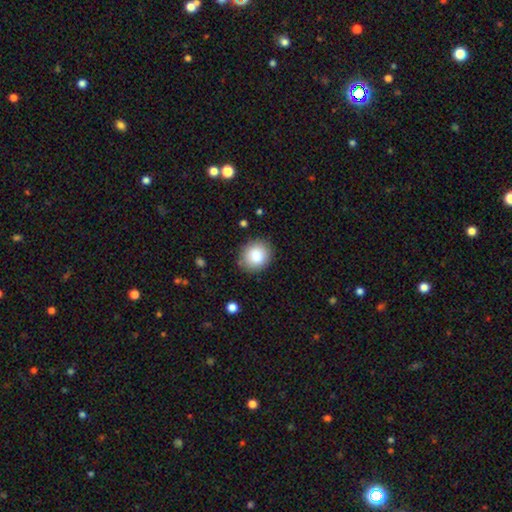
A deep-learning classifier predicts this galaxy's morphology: smooth-or-featured: smooth: 83% | star or artifact: 9% | featured or disk: 8%
  how-rounded: round: 73% | in between: 26% | cigar-shaped: 1%
  merging: none: 85% | minor disturbance: 11% | major disturbance: 3% | merger: 2%